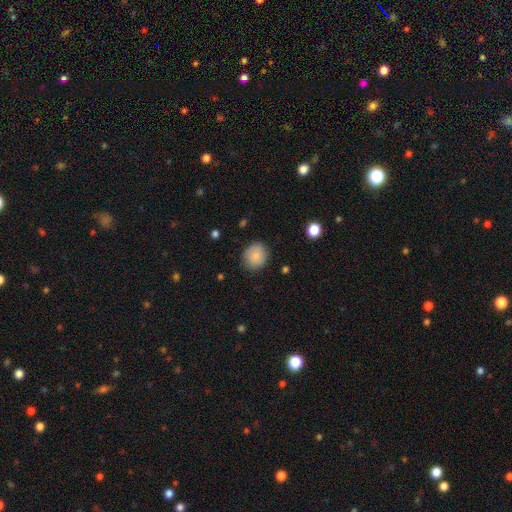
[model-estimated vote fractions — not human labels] A smooth galaxy with no disk features (82%) that is round (82%).

Vote fractions:
- Smooth or featured? smooth: 82% / featured or disk: 10% / star or artifact: 8%
- How rounded? round: 82% / in between: 17% / cigar-shaped: 1%
- Merging? none: 84% / minor disturbance: 12% / major disturbance: 3% / merger: 1%